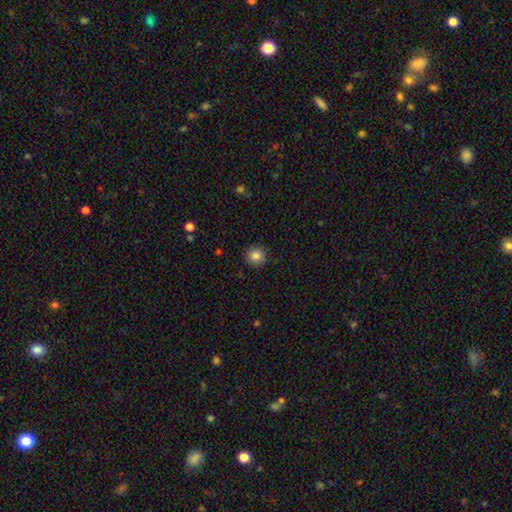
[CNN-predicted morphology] Smooth or featured? Predicted: smooth (p=0.85). How rounded? Predicted: round (p=0.92). Merging? Predicted: none (p=0.91).